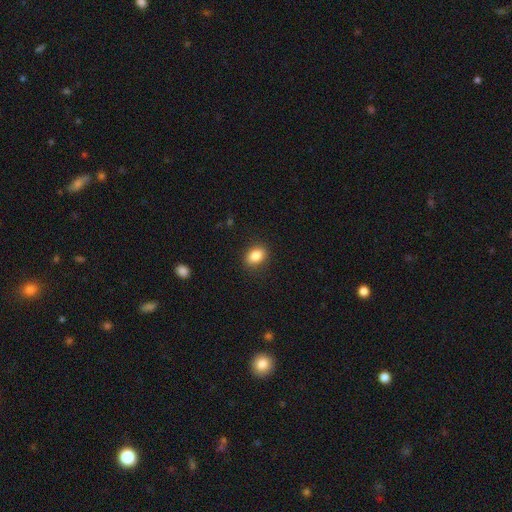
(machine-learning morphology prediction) This is clearly a smooth galaxy (85%). How rounded: likely in between (71%). Merging: clearly none (86%).